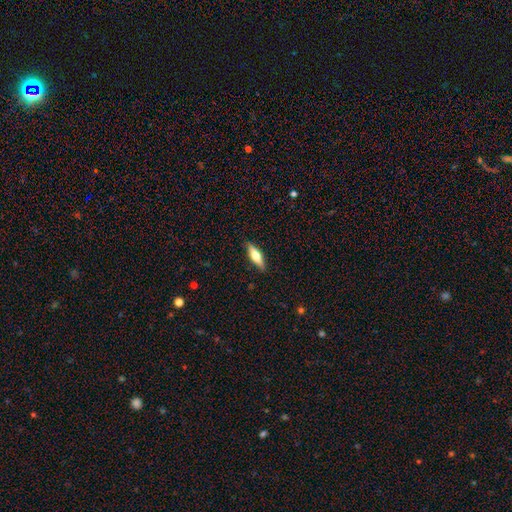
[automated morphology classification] A featured or disk galaxy (50%) viewed edge-on (93%). Merging: none (88%).